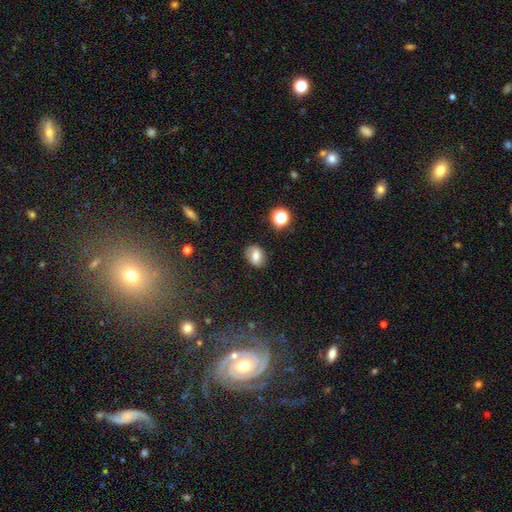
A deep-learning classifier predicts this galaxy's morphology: smooth-or-featured: smooth: 67% | featured or disk: 22% | star or artifact: 12%
  how-rounded: in between: 64% | round: 35% | cigar-shaped: 1%
  merging: none: 81% | minor disturbance: 13% | major disturbance: 3% | merger: 2%